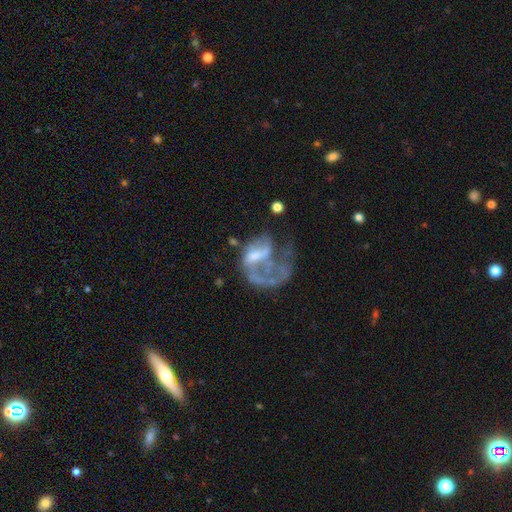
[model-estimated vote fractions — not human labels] Overall: featured or disk (71%). Edge-on disk: no (98%). Bar: no (58%; weak 34%). Spiral arms: yes (52%; no 48%). Bulge size: small (37%; moderate 31%). Merging: major disturbance (55%; none 20%).